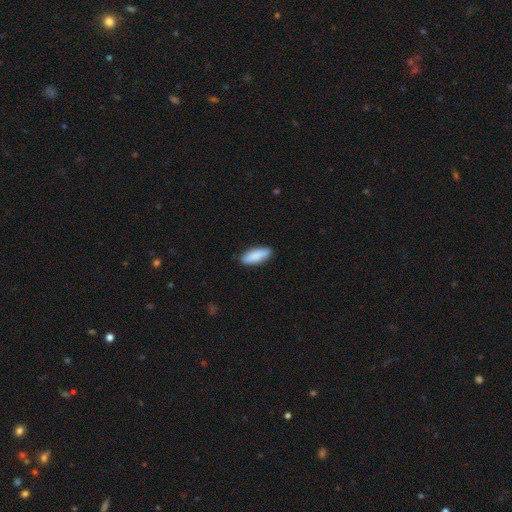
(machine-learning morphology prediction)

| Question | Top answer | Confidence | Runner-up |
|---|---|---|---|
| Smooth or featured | smooth | 87% | featured or disk (8%) |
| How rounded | in between | 62% | cigar-shaped (36%) |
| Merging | none | 88% | minor disturbance (10%) |